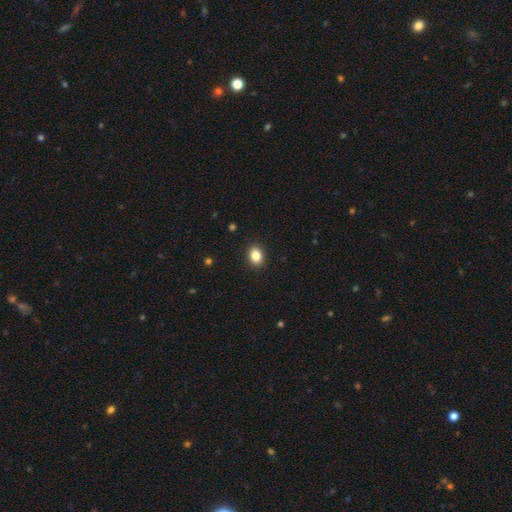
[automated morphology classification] type=smooth (86%); roundness=in between (64%); merging=none (91%).